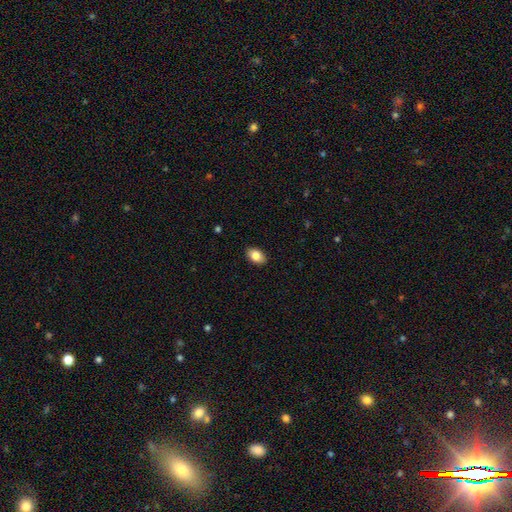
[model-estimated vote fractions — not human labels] smooth 84%, featured or disk 8%, star or artifact 8%. Down the decision tree: how rounded — in between (88%); merging — none (89%).